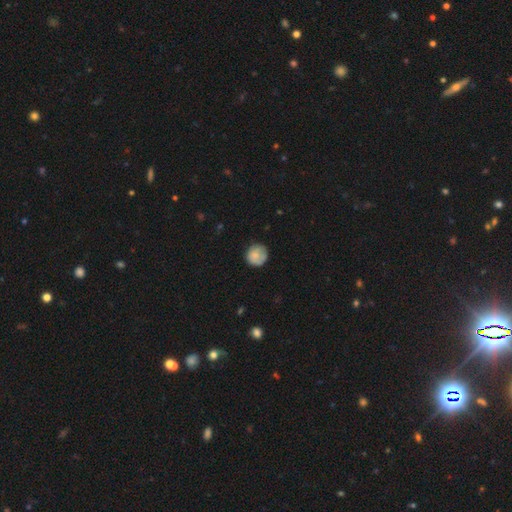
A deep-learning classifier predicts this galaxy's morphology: The model was most divided on "merging": none: 69%, minor disturbance: 23%, major disturbance: 6%, merger: 2%. More confident: how rounded — round (89%); smooth or featured — smooth (76%).